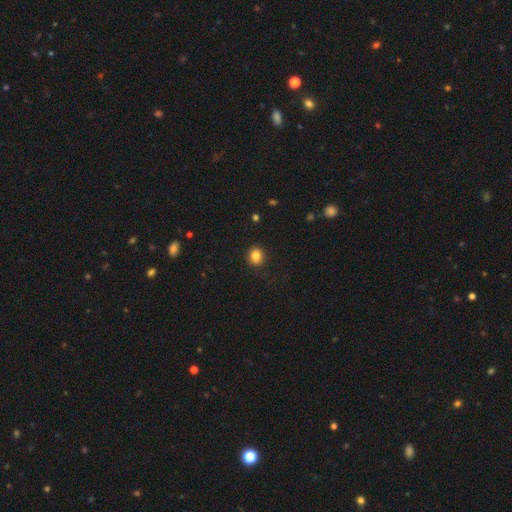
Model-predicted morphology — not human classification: Smooth or featured: smooth — 84% (star or artifact — 11%)
How rounded: round — 72% (in between — 27%)
Merging: none — 87% (minor disturbance — 9%)